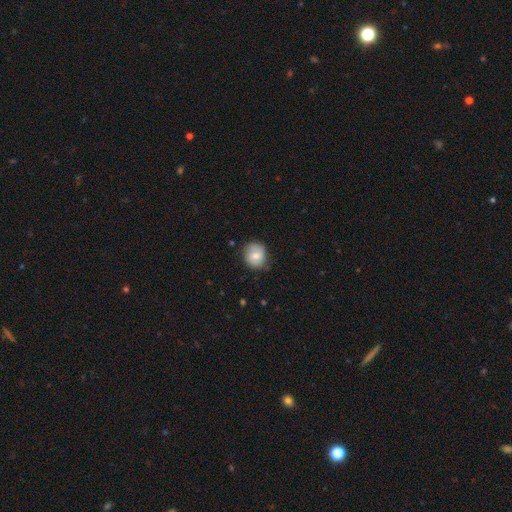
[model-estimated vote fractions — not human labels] A smooth galaxy with no disk features (68%) that is round (79%). Merging: none (75%).